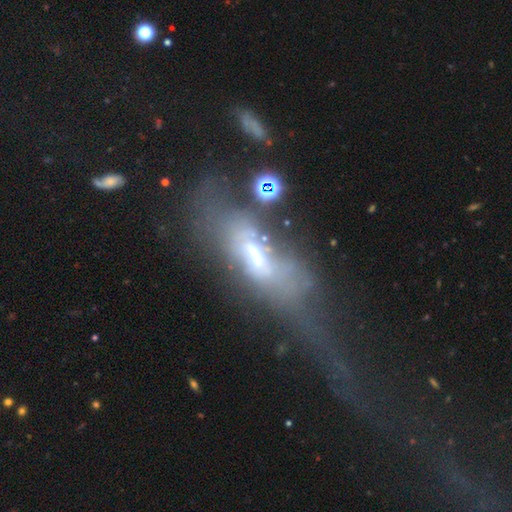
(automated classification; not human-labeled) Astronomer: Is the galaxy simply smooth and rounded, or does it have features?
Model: featured or disk — 53% (runner-up: smooth, 33%).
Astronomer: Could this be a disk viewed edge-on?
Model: no — 73%.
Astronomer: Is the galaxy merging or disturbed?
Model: major disturbance — 56%.